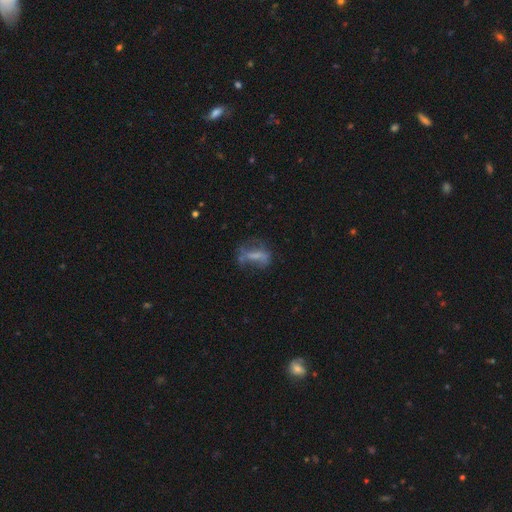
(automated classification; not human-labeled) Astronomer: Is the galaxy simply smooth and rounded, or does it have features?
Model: featured or disk — 44% (runner-up: smooth, 41%).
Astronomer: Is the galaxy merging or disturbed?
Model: none — 42% (runner-up: major disturbance, 29%).